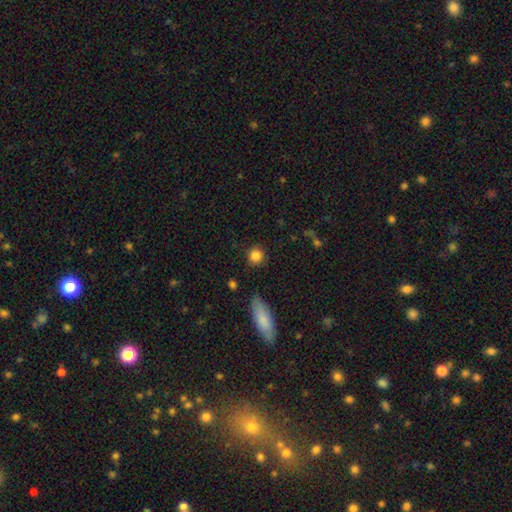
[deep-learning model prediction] Smooth or featured? smooth (85%)
How rounded? round (91%)
Merging? none (87%)